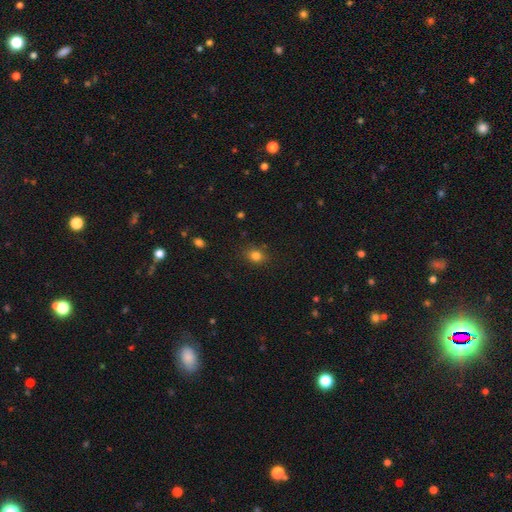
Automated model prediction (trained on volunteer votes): Smooth or featured? smooth (81%)
How rounded? round (60%)
Merging? none (84%)